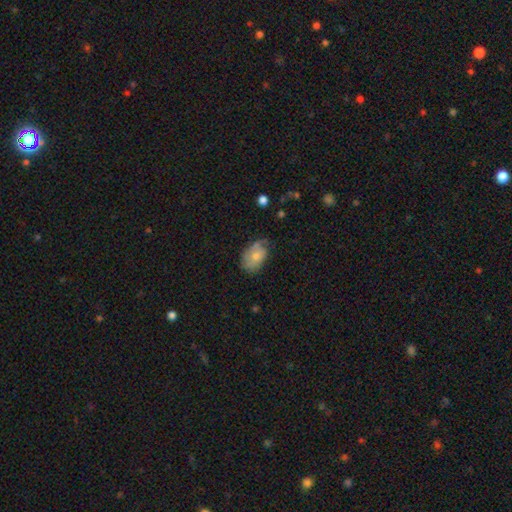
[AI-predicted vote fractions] Smooth or featured: smooth — 58% (featured or disk — 35%)
How rounded: in between — 87% (round — 12%)
Merging: none — 50% (minor disturbance — 35%)